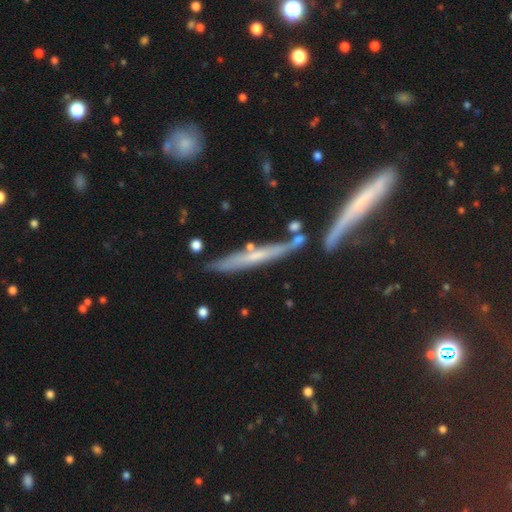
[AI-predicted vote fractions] A featured or disk galaxy (54%) viewed edge-on (88%). Merging: none (72%).